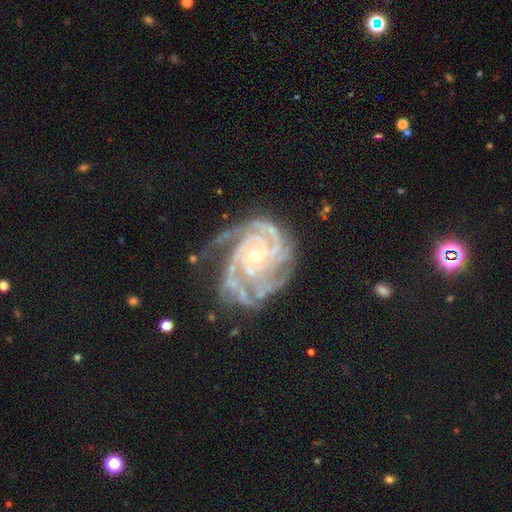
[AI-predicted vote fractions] smooth-or-featured: featured or disk: 91% | star or artifact: 5% | smooth: 3%
  disk-edge-on: no: 98% | yes: 2%
    bar: no: 74% | weak: 19% | strong: 7%
    has-spiral-arms: yes: 98% | no: 2%
      spiral-winding: tight: 72% | medium: 24% | loose: 4%
      spiral-arm-count: 4: 27% | 3: 25% | can't tell: 16% | 2: 13% | more than 4: 12% | 1: 7%
    bulge-size: small: 66% | moderate: 31% | large: 1% | none: 1% | dominant: 1%
  merging: none: 55% | minor disturbance: 25% | major disturbance: 17% | merger: 3%